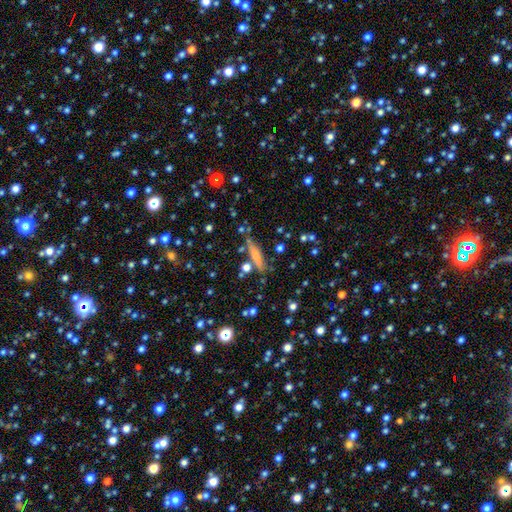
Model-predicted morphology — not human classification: Smooth or featured?
  - smooth: 63% *
  - featured or disk: 26%
  - star or artifact: 11%
How rounded?
  - cigar-shaped: 76% *
  - in between: 21%
  - round: 3%
Merging?
  - none: 74% *
  - minor disturbance: 14%
  - merger: 8%
  - major disturbance: 5%